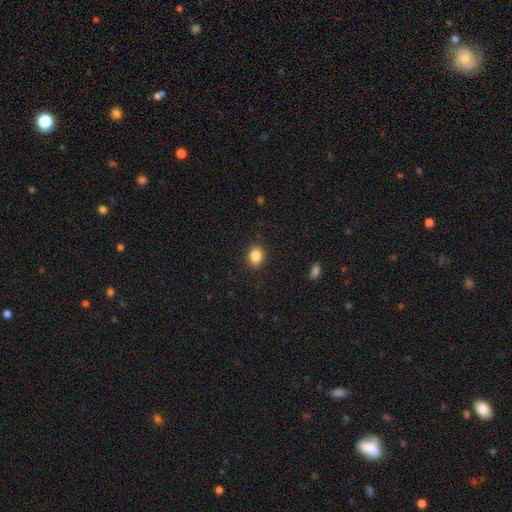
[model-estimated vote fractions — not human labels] Q: Smooth or featured?
A: smooth (86%); runner-up: star or artifact (9%)
Q: How rounded?
A: round (50%); runner-up: in between (49%)
Q: Merging?
A: none (90%); runner-up: minor disturbance (7%)